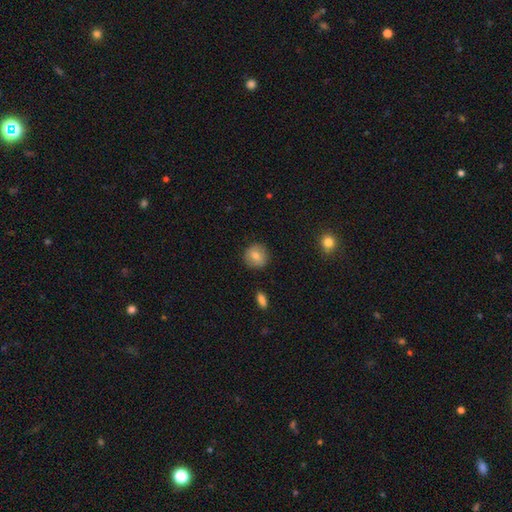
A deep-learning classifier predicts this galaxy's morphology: Overall: smooth (77%). How rounded: round (88%). Merging: none (89%).